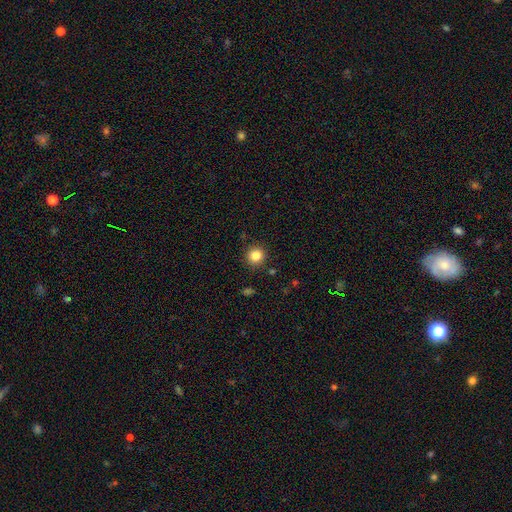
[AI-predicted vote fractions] This is clearly a smooth galaxy (84%). How rounded: clearly round (93%). Merging: clearly none (90%).